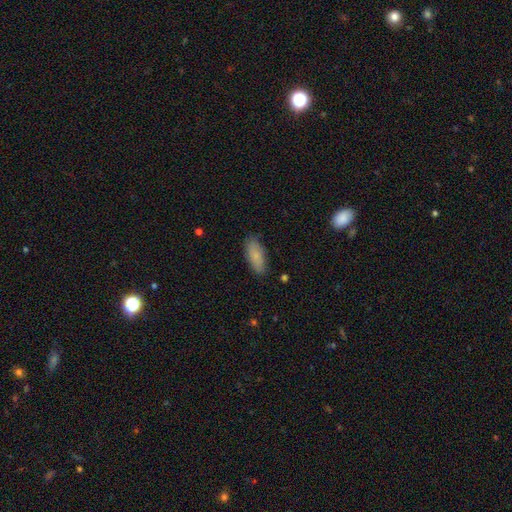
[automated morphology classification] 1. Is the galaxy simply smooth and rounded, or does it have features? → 82% smooth, 12% featured or disk, 6% star or artifact.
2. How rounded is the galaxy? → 78% in between, 19% cigar-shaped, 2% round.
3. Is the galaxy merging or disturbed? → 83% none, 13% minor disturbance, 3% major disturbance, 1% merger.